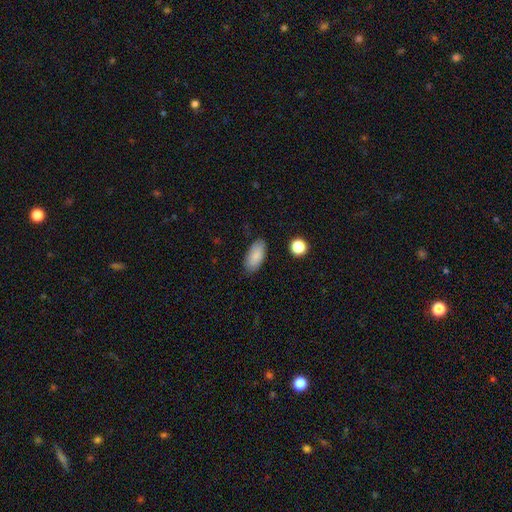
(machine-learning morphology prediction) smooth_or_featured: smooth (p=0.86) [alt: star or artifact p=0.07]
how_rounded: in between (p=0.90) [alt: cigar-shaped p=0.08]
merging: none (p=0.84) [alt: minor disturbance p=0.11]